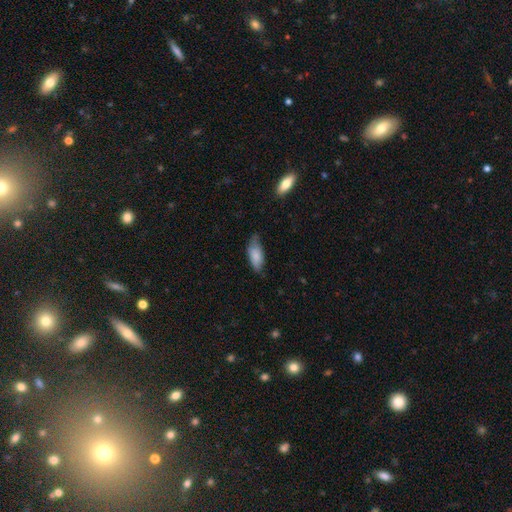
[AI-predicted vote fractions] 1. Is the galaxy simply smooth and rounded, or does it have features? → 80% smooth, 14% featured or disk, 6% star or artifact.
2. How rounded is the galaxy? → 82% in between, 16% cigar-shaped, 2% round.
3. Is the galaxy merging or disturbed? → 58% none, 34% minor disturbance, 7% major disturbance, 2% merger.